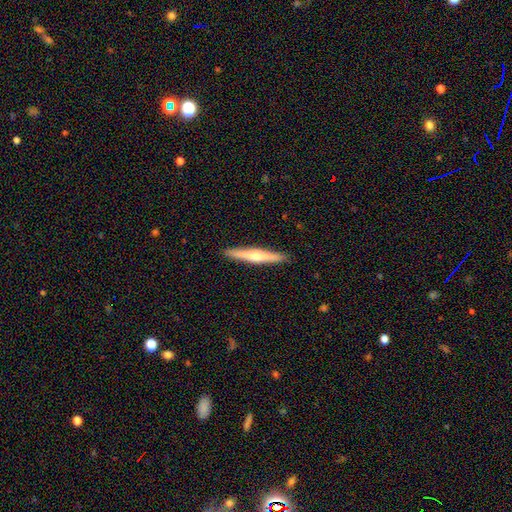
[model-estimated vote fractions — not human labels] A featured or disk galaxy (56%) viewed edge-on (97%) with a rounded central bulge (81%). Merging: none (92%).